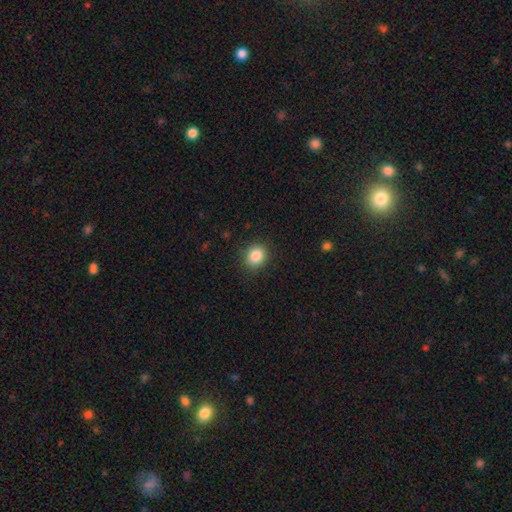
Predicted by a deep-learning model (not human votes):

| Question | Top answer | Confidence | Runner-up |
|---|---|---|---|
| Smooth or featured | smooth | 86% | star or artifact (10%) |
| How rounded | round | 65% | in between (34%) |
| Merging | none | 87% | minor disturbance (9%) |